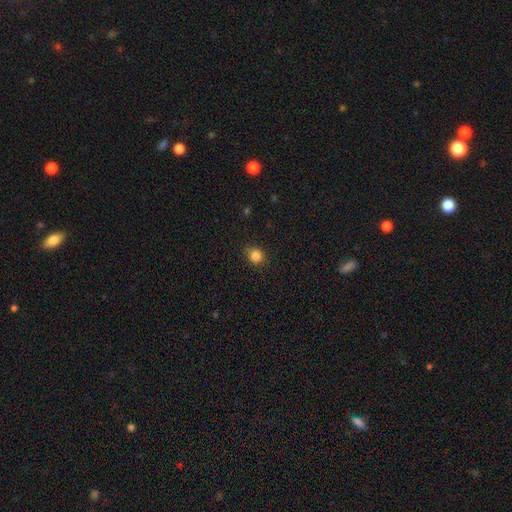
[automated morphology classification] This is clearly a smooth galaxy (84%). How rounded: clearly round (82%). Merging: clearly none (83%).